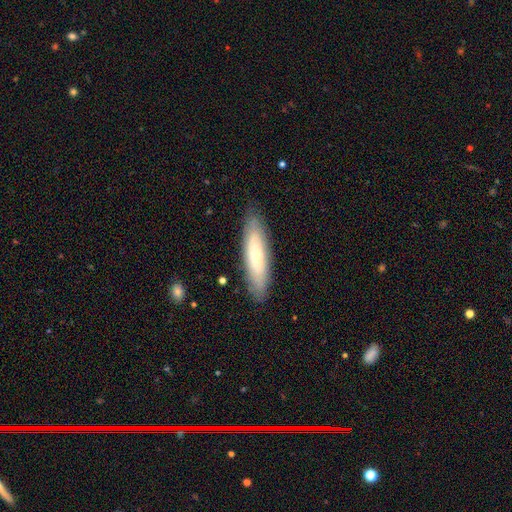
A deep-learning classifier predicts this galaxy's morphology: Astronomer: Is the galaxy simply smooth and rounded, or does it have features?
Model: smooth — 57% (runner-up: featured or disk, 36%).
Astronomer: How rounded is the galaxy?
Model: cigar-shaped — 68%.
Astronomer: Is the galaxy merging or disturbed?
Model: none — 85%.